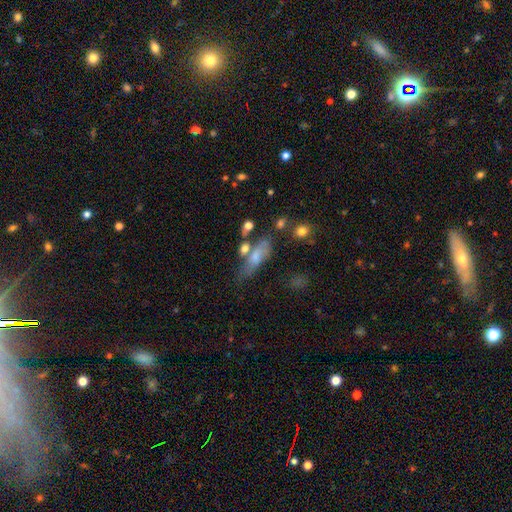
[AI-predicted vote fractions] Smooth or featured?
  - smooth: 53% *
  - featured or disk: 34%
  - star or artifact: 13%
How rounded?
  - in between: 51% *
  - cigar-shaped: 44%
  - round: 6%
Merging?
  - none: 47% *
  - minor disturbance: 22%
  - merger: 19%
  - major disturbance: 13%